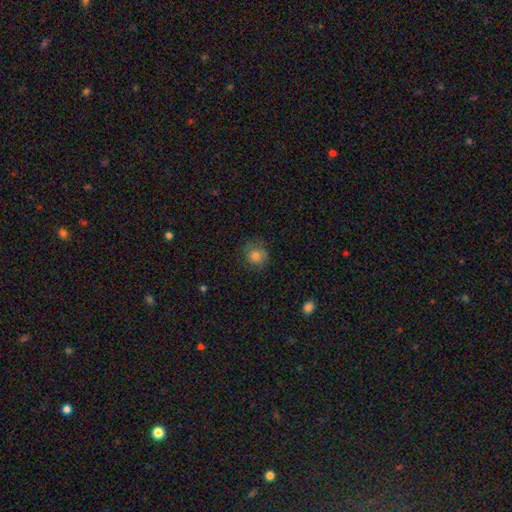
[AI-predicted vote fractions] Smooth or featured? Predicted: smooth (p=0.79). How rounded? Predicted: round (p=0.85). Merging? Predicted: none (p=0.74).